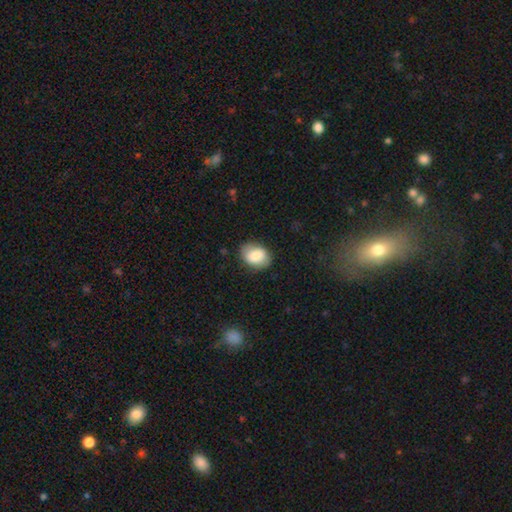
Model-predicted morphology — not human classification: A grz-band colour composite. It shows a smooth galaxy with no disk features (83%) that is in between round and cigar-shaped (70%). Merging: none (79%).